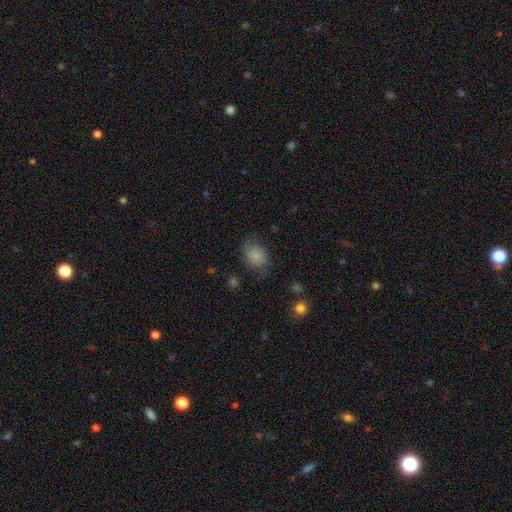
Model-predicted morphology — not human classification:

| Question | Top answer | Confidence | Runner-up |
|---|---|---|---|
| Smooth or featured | smooth | 78% | featured or disk (13%) |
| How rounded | in between | 52% | round (47%) |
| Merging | none | 68% | minor disturbance (22%) |